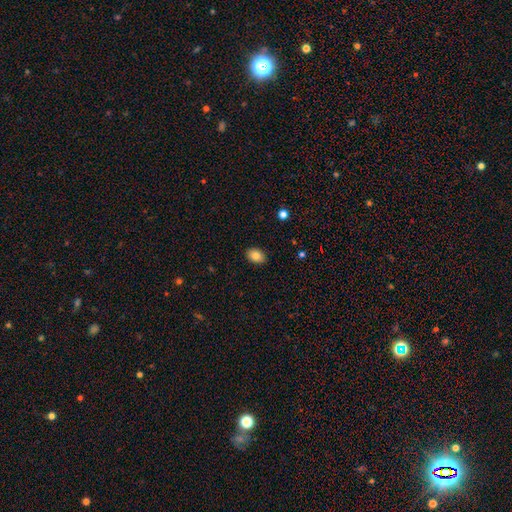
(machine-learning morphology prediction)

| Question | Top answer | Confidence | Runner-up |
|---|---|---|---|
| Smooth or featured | smooth | 83% | featured or disk (8%) |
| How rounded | in between | 78% | round (21%) |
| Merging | none | 89% | minor disturbance (8%) |